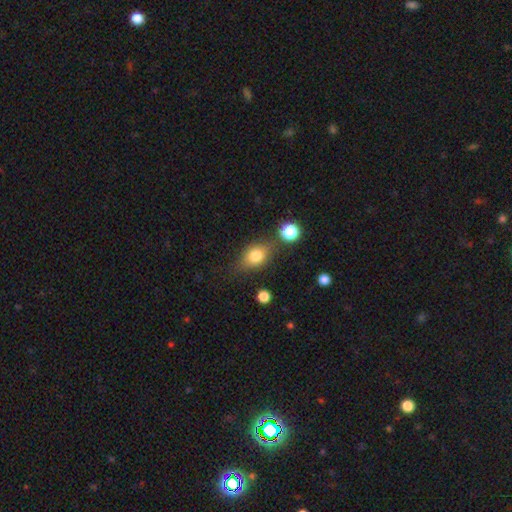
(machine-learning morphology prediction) Overall: smooth (76%). How rounded: in between (70%). Merging: none (63%).